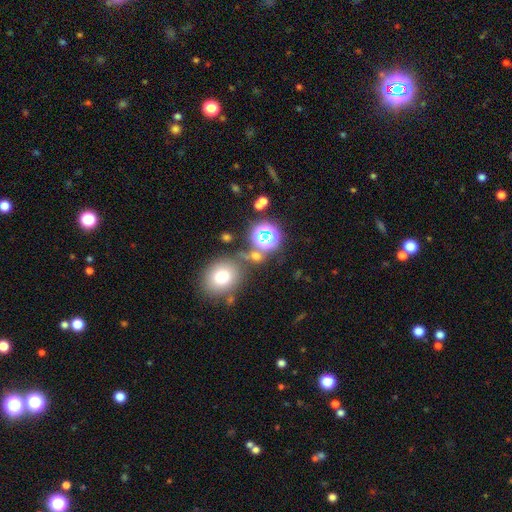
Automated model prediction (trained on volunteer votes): Smooth or featured: smooth — 50% (star or artifact — 40%)
How rounded: round — 75% (in between — 23%)
Merging: none — 62% (merger — 20%)